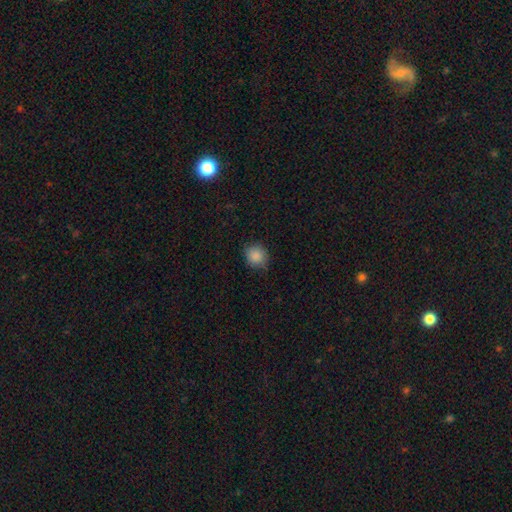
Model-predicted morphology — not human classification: A smooth galaxy with no disk features (88%) that is round (83%).

Vote fractions:
- Smooth or featured? smooth: 88% / star or artifact: 9% / featured or disk: 4%
- How rounded? round: 83% / in between: 16% / cigar-shaped: 1%
- Merging? none: 84% / minor disturbance: 12% / major disturbance: 3% / merger: 1%